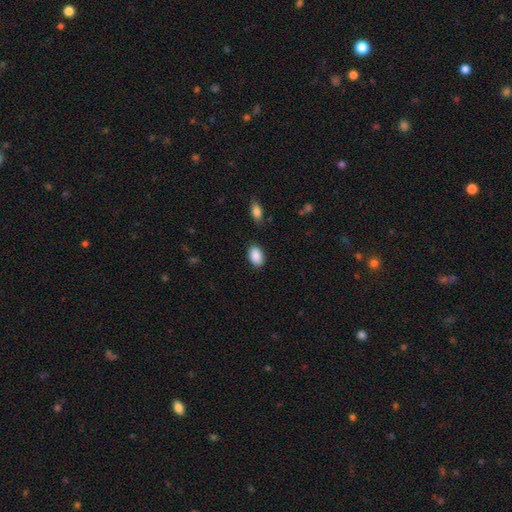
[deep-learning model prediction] smooth 89%, star or artifact 7%, featured or disk 4%. Down the decision tree: how rounded — in between (90%); merging — none (85%).